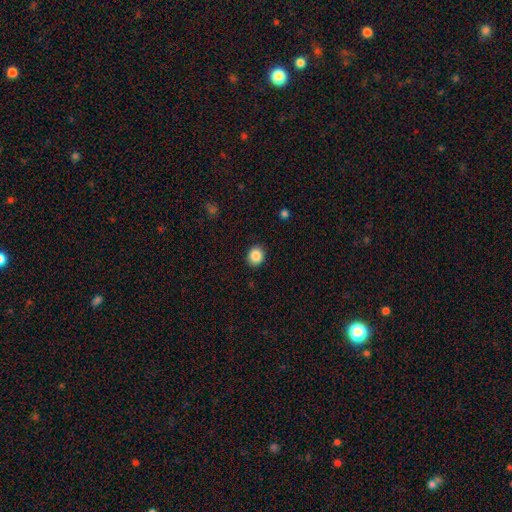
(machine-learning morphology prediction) This appears to be a smooth galaxy with no disk features (87%) that is round (69%). Merging: none (90%).